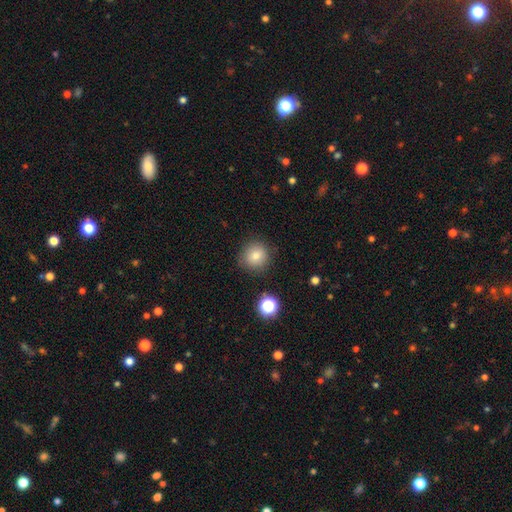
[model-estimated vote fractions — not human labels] smooth-or-featured: smooth: 80% | star or artifact: 12% | featured or disk: 8%
  how-rounded: round: 91% | in between: 8% | cigar-shaped: 1%
  merging: none: 86% | minor disturbance: 9% | major disturbance: 3% | merger: 2%